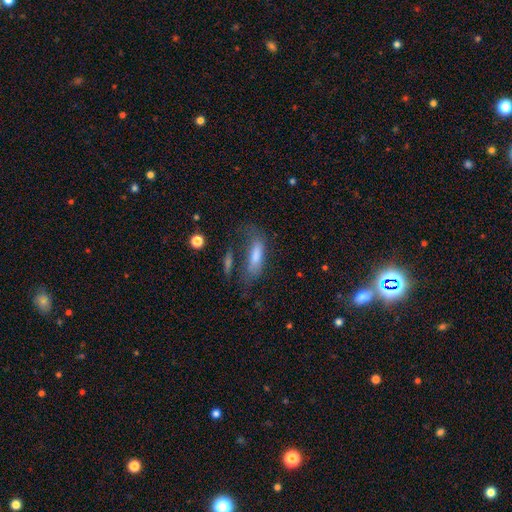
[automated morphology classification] This is likely a smooth galaxy (61%). How rounded: possibly in between (50%). Merging: marginally none (40%).